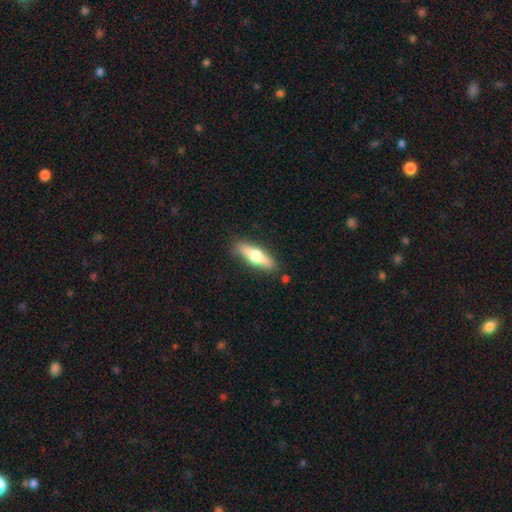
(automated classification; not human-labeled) Smooth or featured: smooth — 53% (featured or disk — 41%)
How rounded: cigar-shaped — 58% (in between — 39%)
Merging: none — 85% (minor disturbance — 10%)